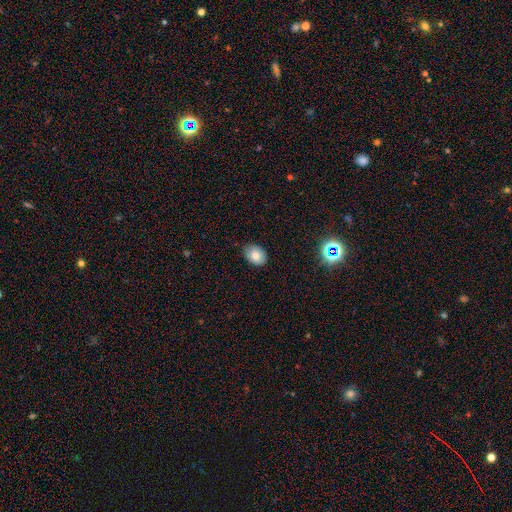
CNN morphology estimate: Smooth or featured?
  - smooth: 79% *
  - featured or disk: 11%
  - star or artifact: 10%
How rounded?
  - in between: 66% *
  - round: 33%
  - cigar-shaped: 1%
Merging?
  - none: 74% *
  - minor disturbance: 22%
  - major disturbance: 3%
  - merger: 1%